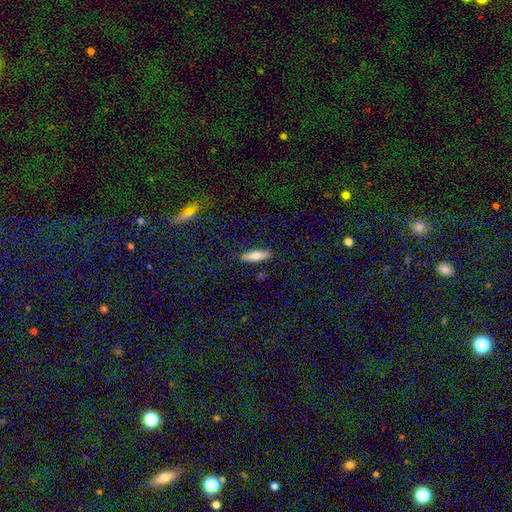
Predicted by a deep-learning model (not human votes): Q: Smooth or featured?
A: smooth (75%); runner-up: featured or disk (18%)
Q: How rounded?
A: cigar-shaped (58%); runner-up: in between (41%)
Q: Merging?
A: none (86%); runner-up: minor disturbance (10%)